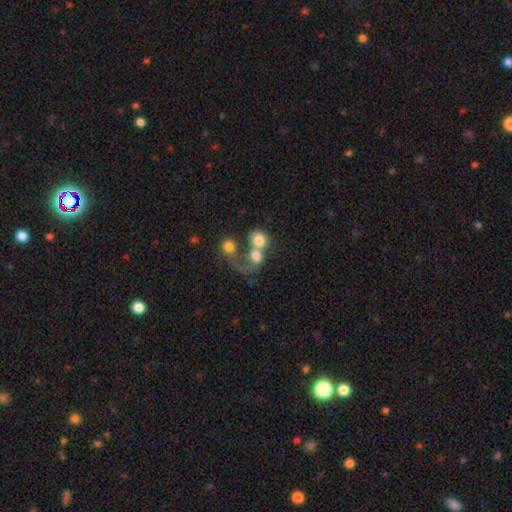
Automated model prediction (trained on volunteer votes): This appears to be a smooth galaxy with no disk features (63%) that is round (57%). Merging: merger (66%).